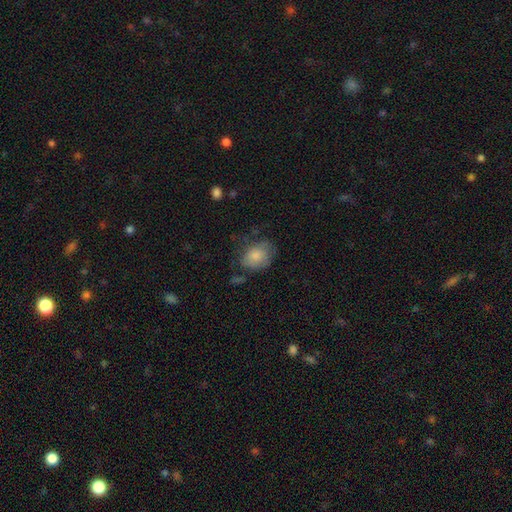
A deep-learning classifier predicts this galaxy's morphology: Smooth or featured?
  - smooth: 79% *
  - featured or disk: 13%
  - star or artifact: 7%
How rounded?
  - in between: 67% *
  - round: 32%
  - cigar-shaped: 1%
Merging?
  - none: 53% *
  - minor disturbance: 29%
  - major disturbance: 14%
  - merger: 4%